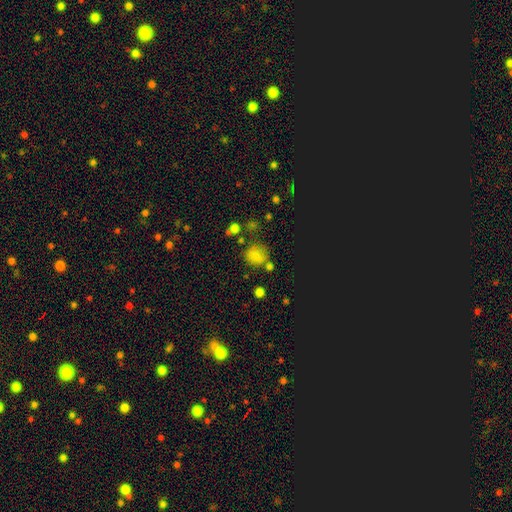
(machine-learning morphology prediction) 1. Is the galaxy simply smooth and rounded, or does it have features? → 71% smooth, 22% star or artifact, 7% featured or disk.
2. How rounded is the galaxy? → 68% round, 31% in between, 1% cigar-shaped.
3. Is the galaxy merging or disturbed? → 64% none, 19% minor disturbance, 9% merger, 8% major disturbance.